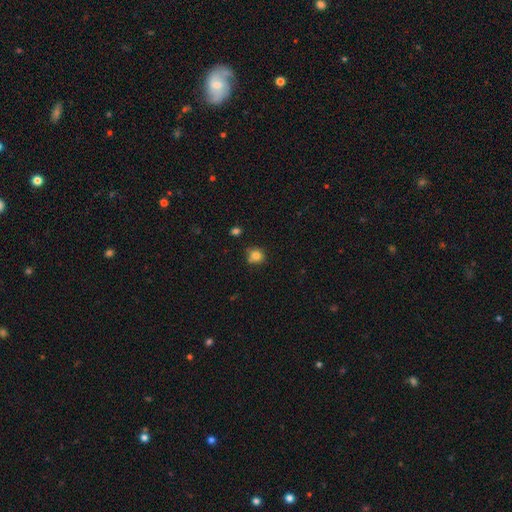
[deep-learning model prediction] A smooth galaxy with no disk features (82%) that is round (83%). Merging: none (70%).